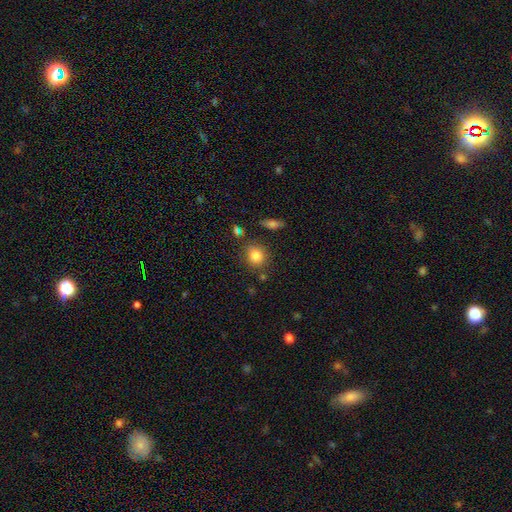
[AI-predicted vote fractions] A smooth galaxy with no disk features (84%) that is round (75%). Merging: none (78%).